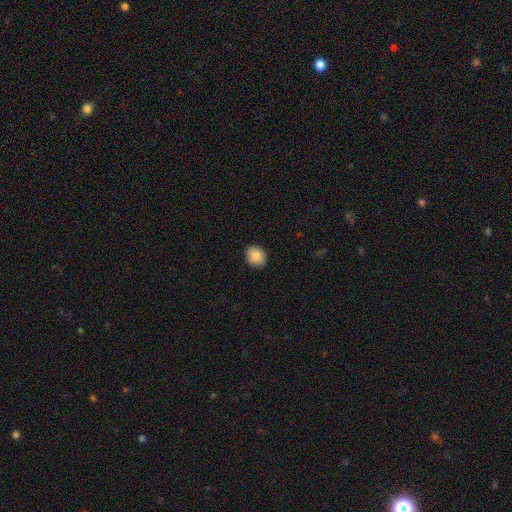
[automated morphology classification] Smooth or featured: smooth — 88% (star or artifact — 8%)
How rounded: round — 50% (in between — 49%)
Merging: none — 89% (minor disturbance — 8%)